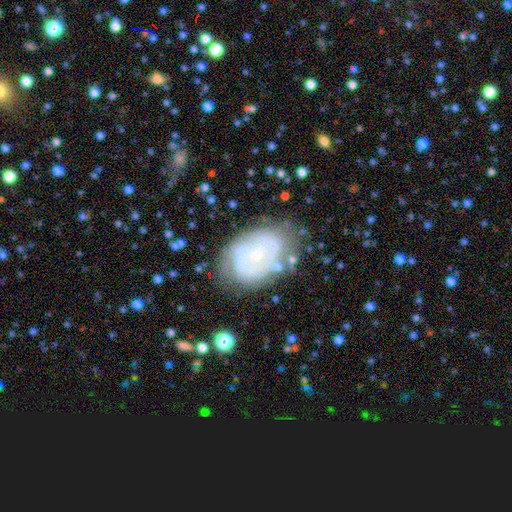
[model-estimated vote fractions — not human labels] featured or disk 74%, smooth 18%, star or artifact 8%. Down the decision tree: edge-on disk — no (97%); bar — no (62%); spiral arms — yes (81%); spiral arm count — can't tell (40%); spiral winding — tight (59%); bulge size — small (78%); merging — none (67%).